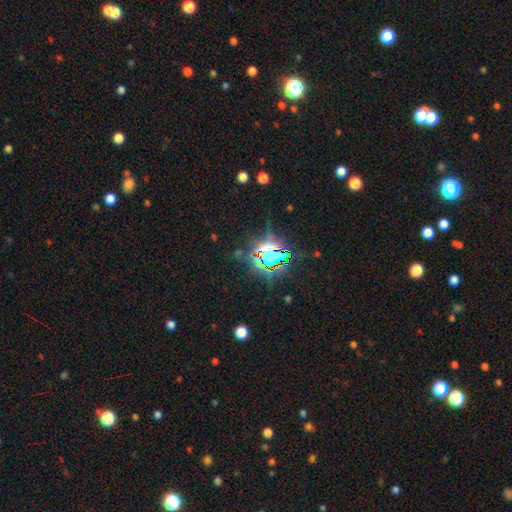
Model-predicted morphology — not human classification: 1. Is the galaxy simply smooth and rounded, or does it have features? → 84% star or artifact, 9% smooth, 7% featured or disk.